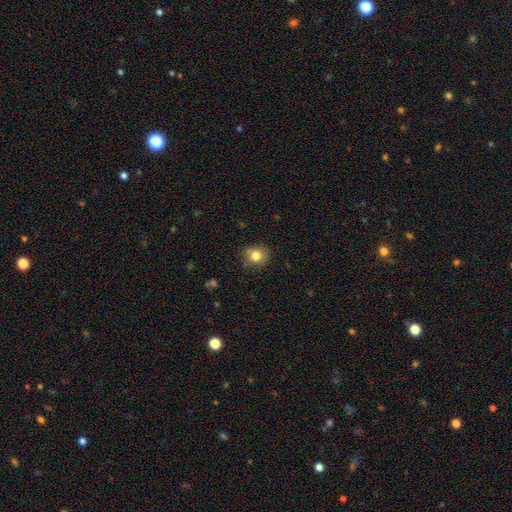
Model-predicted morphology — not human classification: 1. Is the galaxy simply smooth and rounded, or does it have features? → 81% smooth, 11% star or artifact, 8% featured or disk.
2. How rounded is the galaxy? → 79% round, 20% in between, 1% cigar-shaped.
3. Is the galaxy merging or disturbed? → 82% none, 13% minor disturbance, 3% major disturbance, 2% merger.